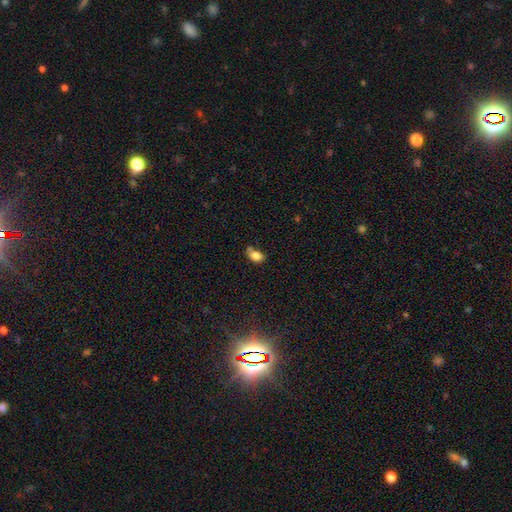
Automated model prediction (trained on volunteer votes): A smooth galaxy with no disk features (81%) that is in between round and cigar-shaped (80%). Merging: none (51%).